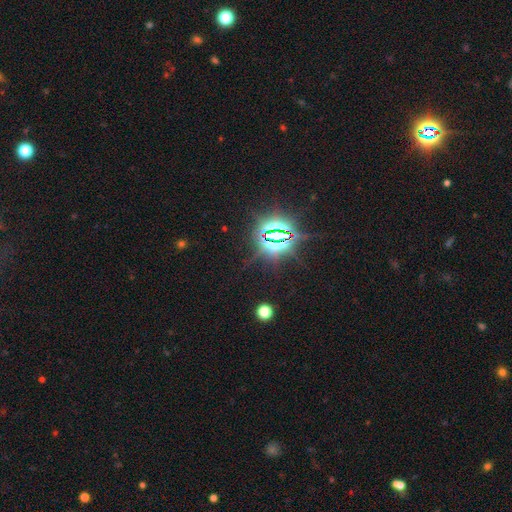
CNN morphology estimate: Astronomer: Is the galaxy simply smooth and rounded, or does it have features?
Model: star or artifact — 79%.